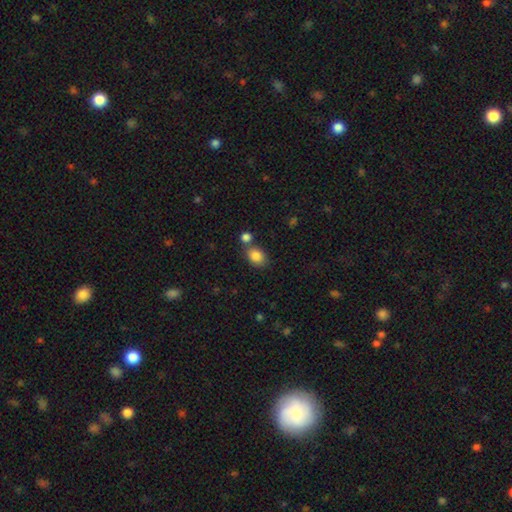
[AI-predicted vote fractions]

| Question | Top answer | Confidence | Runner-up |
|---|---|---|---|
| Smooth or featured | smooth | 85% | star or artifact (9%) |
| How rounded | in between | 70% | round (29%) |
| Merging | none | 58% | merger (26%) |